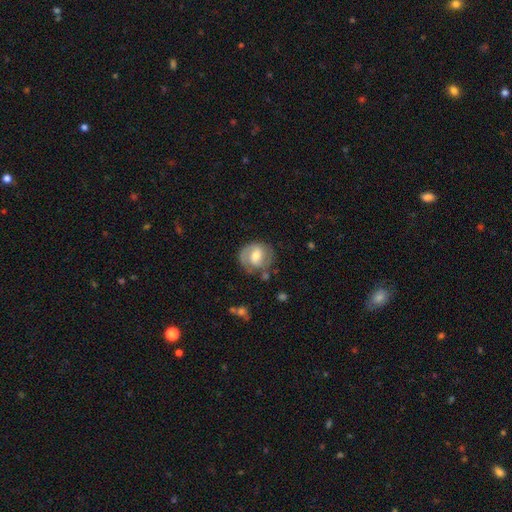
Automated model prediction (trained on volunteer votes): Smooth or featured? featured or disk (63%)
Edge-on disk? no (97%)
Bar? weak (49%)
Spiral arms? yes (83%)
Spiral winding? medium (44%)
Spiral arm count? 2 (74%)
Bulge size? moderate (66%)
Merging? none (70%)